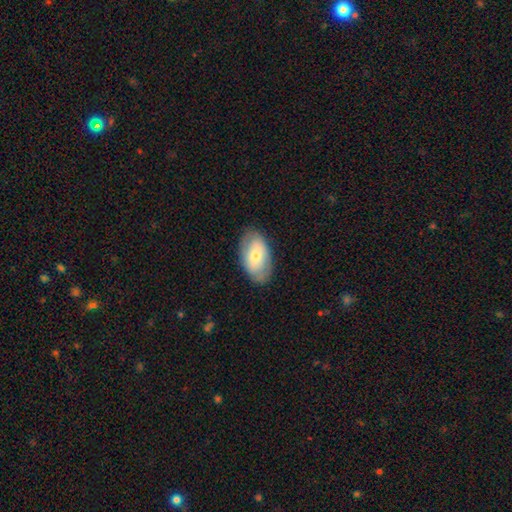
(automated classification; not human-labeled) Smooth or featured?
  - smooth: 61% *
  - featured or disk: 33%
  - star or artifact: 6%
How rounded?
  - in between: 93% *
  - round: 5%
  - cigar-shaped: 2%
Merging?
  - none: 82% *
  - minor disturbance: 14%
  - major disturbance: 4%
  - merger: 1%